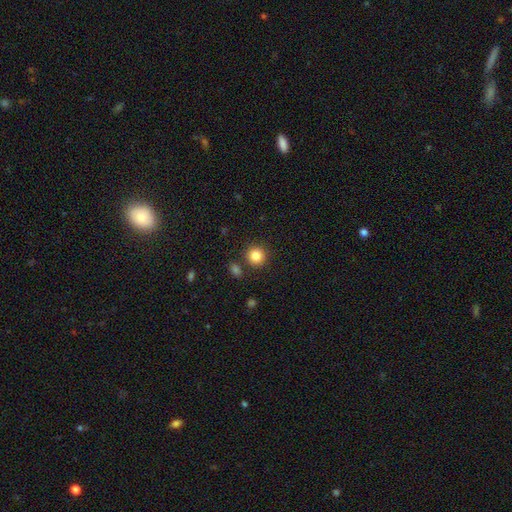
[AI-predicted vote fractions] smooth_or_featured: smooth (p=0.84) [alt: star or artifact p=0.11]
how_rounded: round (p=0.93) [alt: in between p=0.06]
merging: none (p=0.85) [alt: minor disturbance p=0.07]